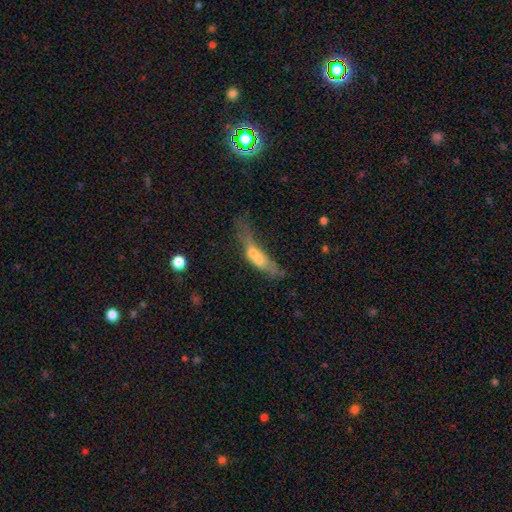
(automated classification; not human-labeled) The model was most divided on "how rounded": cigar-shaped: 52%, in between: 43%, round: 5%. Remaining: smooth or featured — smooth (50%); merging — merger (41%).